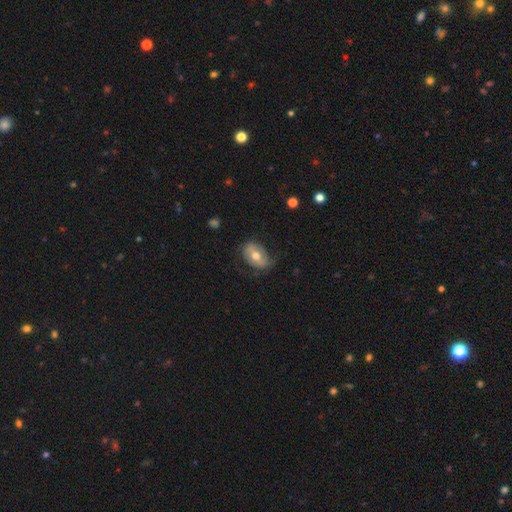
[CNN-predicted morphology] Smooth or featured? smooth (48%)
Merging? none (65%)